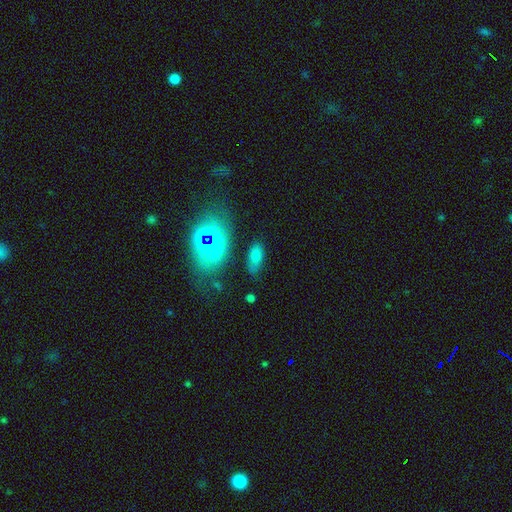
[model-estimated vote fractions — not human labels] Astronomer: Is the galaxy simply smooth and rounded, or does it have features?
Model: smooth — 74%.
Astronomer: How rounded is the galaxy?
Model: in between — 86%.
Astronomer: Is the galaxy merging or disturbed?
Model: none — 72%.